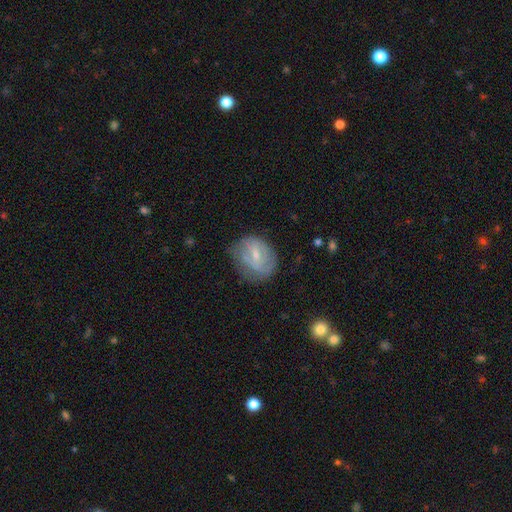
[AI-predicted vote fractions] Smooth or featured?
  - featured or disk: 51% *
  - smooth: 41%
  - star or artifact: 8%
Edge-on disk?
  - no: 96% *
  - yes: 4%
Merging?
  - none: 55% *
  - minor disturbance: 30%
  - major disturbance: 13%
  - merger: 2%